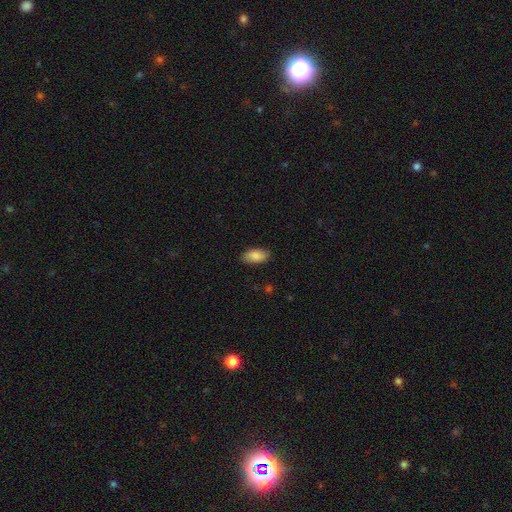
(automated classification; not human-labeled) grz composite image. It shows a smooth galaxy with no disk features (86%) that is in between round and cigar-shaped (93%). Merging: none (86%).